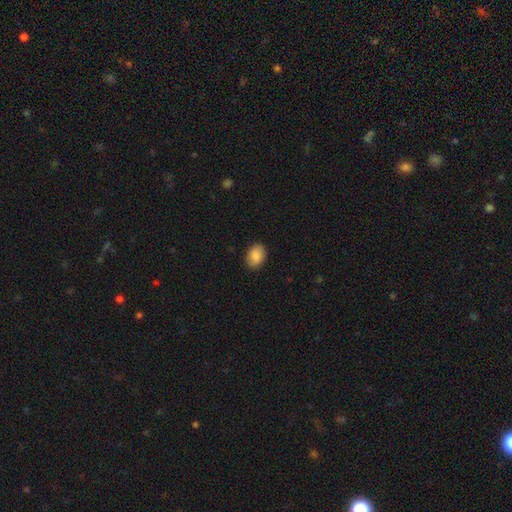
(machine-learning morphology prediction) Q: Smooth or featured?
A: smooth (86%); runner-up: star or artifact (7%)
Q: How rounded?
A: in between (77%); runner-up: round (22%)
Q: Merging?
A: none (86%); runner-up: minor disturbance (11%)